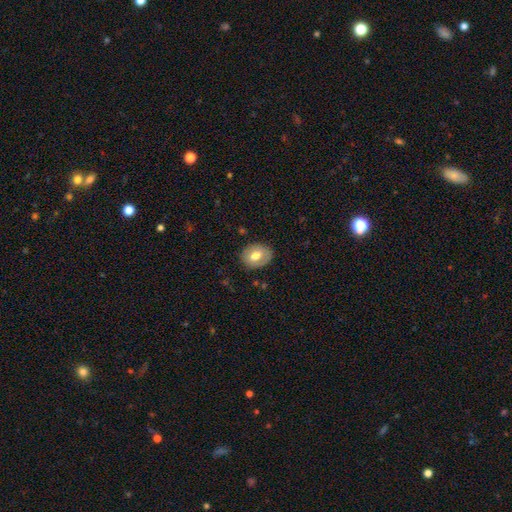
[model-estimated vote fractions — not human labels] The model was most divided on "how rounded": in between: 52%, round: 47%, cigar-shaped: 1%. More confident: merging — none (84%); smooth or featured — smooth (69%).